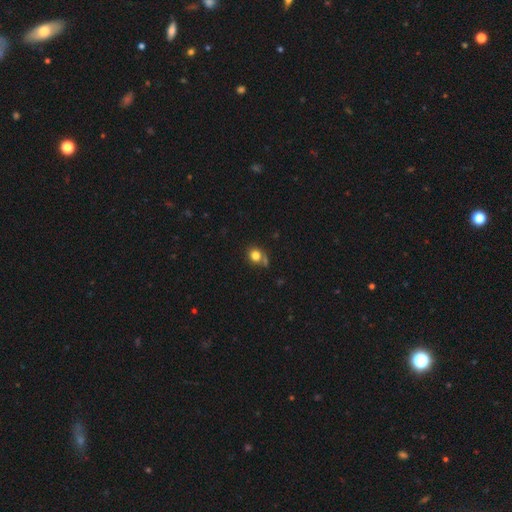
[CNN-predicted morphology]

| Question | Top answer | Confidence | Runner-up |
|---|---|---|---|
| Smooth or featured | smooth | 80% | star or artifact (12%) |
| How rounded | round | 72% | in between (27%) |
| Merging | none | 60% | minor disturbance (18%) |